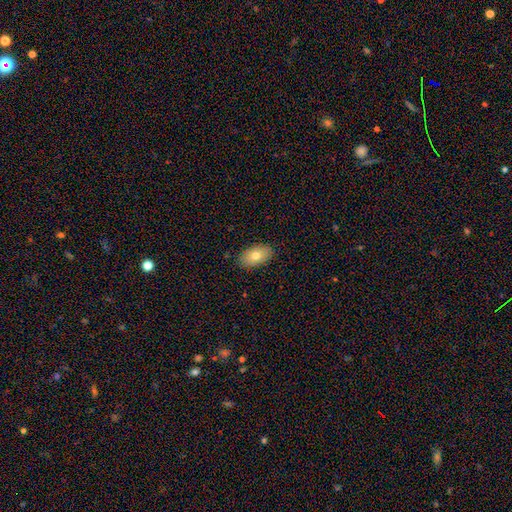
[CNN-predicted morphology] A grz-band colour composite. It shows a smooth galaxy with no disk features (76%) that is in between round and cigar-shaped (93%). Merging: none (88%).